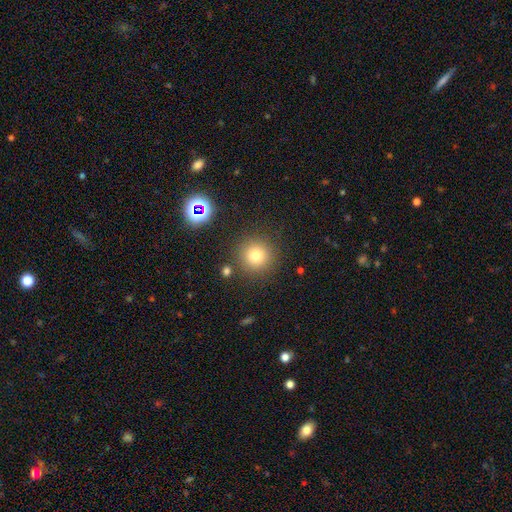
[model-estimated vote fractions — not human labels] Smooth or featured?
  - smooth: 76% *
  - star or artifact: 16%
  - featured or disk: 9%
How rounded?
  - round: 95% *
  - in between: 4%
  - cigar-shaped: 1%
Merging?
  - none: 87% *
  - minor disturbance: 7%
  - merger: 3%
  - major disturbance: 3%